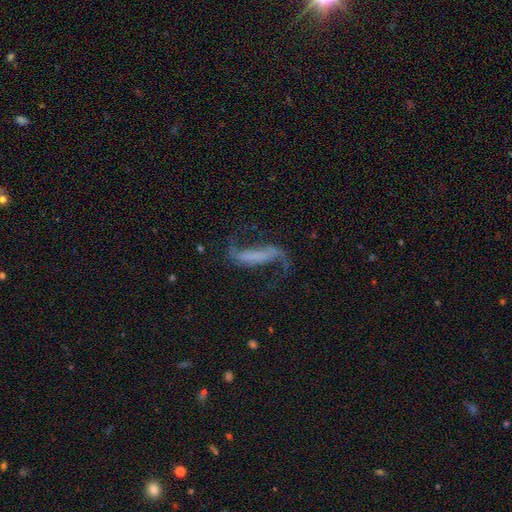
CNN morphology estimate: Smooth or featured?
  - featured or disk: 78% *
  - smooth: 13%
  - star or artifact: 9%
Edge-on disk?
  - no: 87% *
  - yes: 13%
Bar?
  - strong: 58% *
  - weak: 22%
  - no: 20%
Spiral arms?
  - yes: 92% *
  - no: 8%
Spiral winding?
  - loose: 82% *
  - medium: 14%
  - tight: 4%
Spiral arm count?
  - 2: 91% *
  - 1: 4%
  - can't tell: 2%
  - 3: 1%
  - 4: 1%
  - more than 4: 1%
Bulge size?
  - none: 66% *
  - small: 19%
  - moderate: 8%
  - large: 4%
  - dominant: 3%
Merging?
  - none: 64% *
  - major disturbance: 18%
  - minor disturbance: 15%
  - merger: 3%